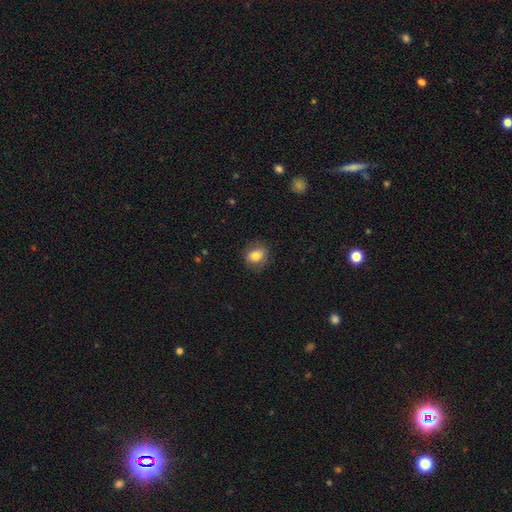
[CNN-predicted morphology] A smooth galaxy with no disk features (75%) that is round (56%).

Vote fractions:
- Smooth or featured? smooth: 75% / featured or disk: 17% / star or artifact: 8%
- How rounded? round: 56% / in between: 43% / cigar-shaped: 1%
- Merging? none: 79% / minor disturbance: 15% / major disturbance: 6% / merger: 1%